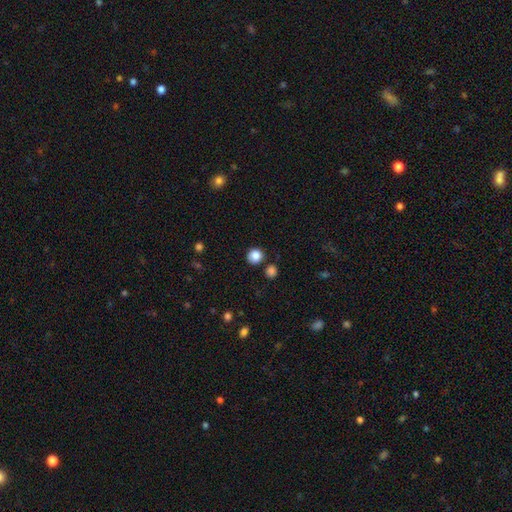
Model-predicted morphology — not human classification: type=smooth (85%); roundness=round (89%); merging=none (82%).